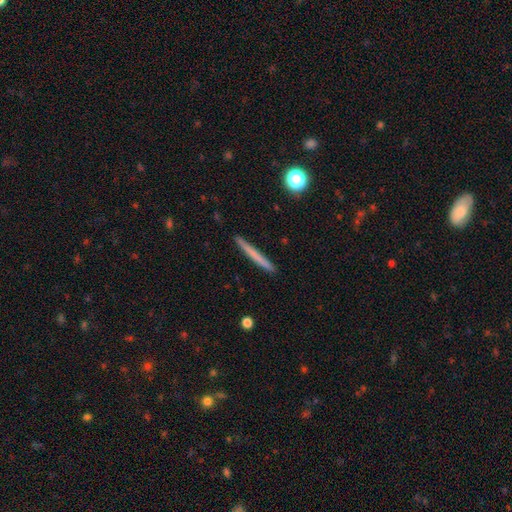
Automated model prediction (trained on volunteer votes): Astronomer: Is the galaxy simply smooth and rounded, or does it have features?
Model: smooth — 62%.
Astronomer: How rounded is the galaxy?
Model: cigar-shaped — 97%.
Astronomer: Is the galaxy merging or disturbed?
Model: none — 92%.